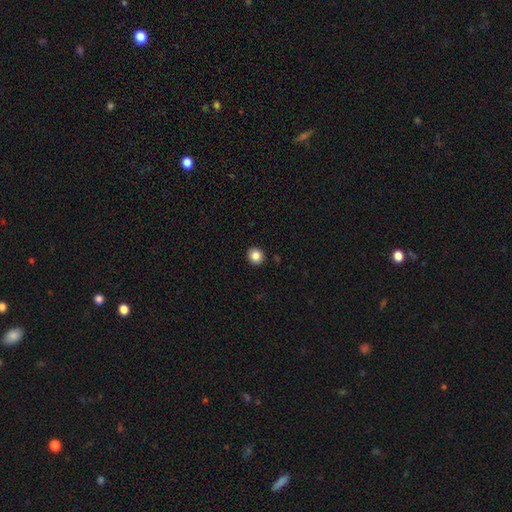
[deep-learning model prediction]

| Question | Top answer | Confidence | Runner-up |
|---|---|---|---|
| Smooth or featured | smooth | 85% | star or artifact (10%) |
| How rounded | round | 87% | in between (12%) |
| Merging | none | 93% | minor disturbance (5%) |